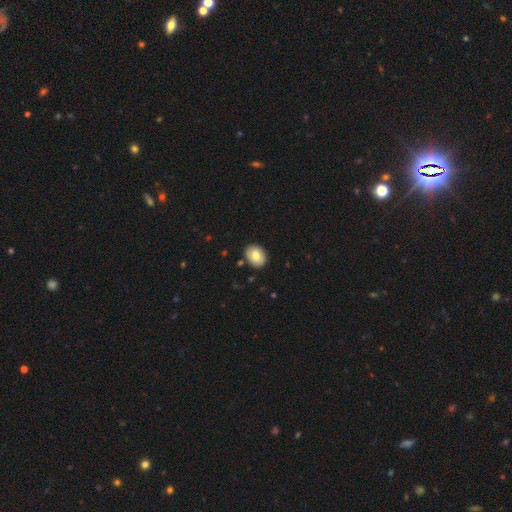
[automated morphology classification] Smooth or featured: smooth — 80% (featured or disk — 13%)
How rounded: in between — 60% (round — 39%)
Merging: none — 86% (minor disturbance — 10%)